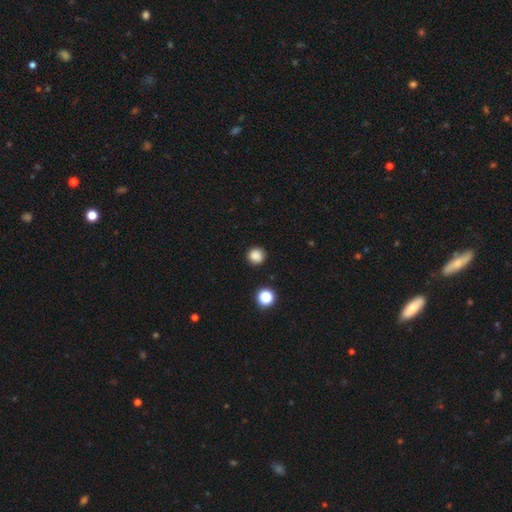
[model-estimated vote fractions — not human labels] Smooth or featured?
  - smooth: 84% *
  - star or artifact: 13%
  - featured or disk: 3%
How rounded?
  - round: 92% *
  - in between: 7%
  - cigar-shaped: 1%
Merging?
  - none: 88% *
  - minor disturbance: 7%
  - major disturbance: 2%
  - merger: 2%